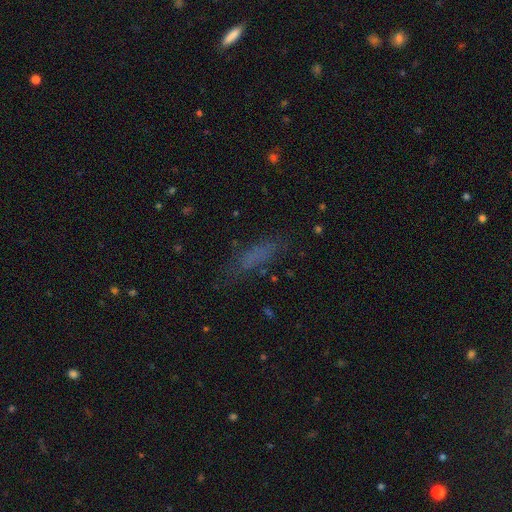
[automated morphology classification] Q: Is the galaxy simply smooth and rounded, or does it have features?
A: smooth — 67%.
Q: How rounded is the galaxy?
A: cigar-shaped — 55%.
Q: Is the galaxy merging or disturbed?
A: none — 66%.